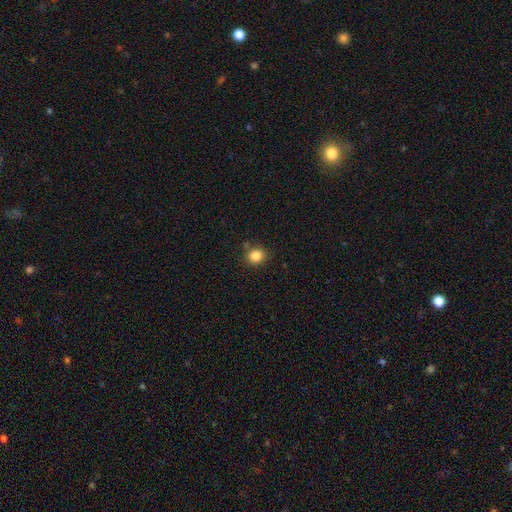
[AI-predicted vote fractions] smooth_or_featured: smooth (p=0.85) [alt: star or artifact p=0.11]
how_rounded: round (p=0.84) [alt: in between p=0.16]
merging: none (p=0.81) [alt: minor disturbance p=0.11]